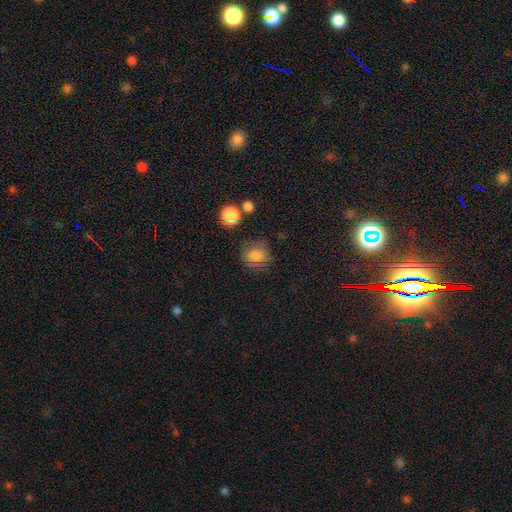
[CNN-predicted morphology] type=smooth (57%); roundness=round (85%); merging=none (79%).